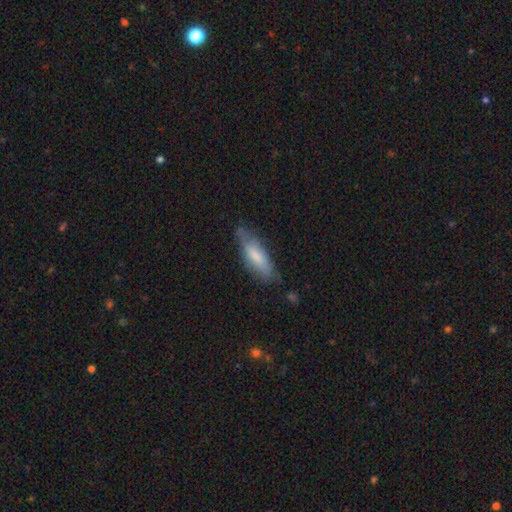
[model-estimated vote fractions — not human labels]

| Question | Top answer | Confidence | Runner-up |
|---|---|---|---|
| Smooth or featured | smooth | 65% | featured or disk (29%) |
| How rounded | cigar-shaped | 51% | in between (48%) |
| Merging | none | 70% | minor disturbance (23%) |